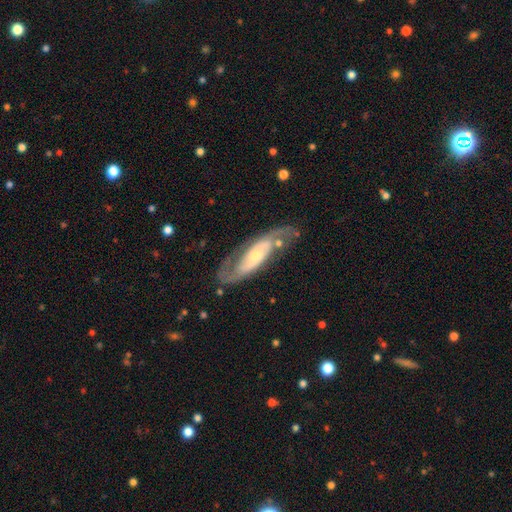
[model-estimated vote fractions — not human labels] The model was most divided on "bulge size": small: 48%, moderate: 44%, large: 5%, none: 2%, dominant: 1%. Remaining: spiral arms — yes (88%); edge-on disk — no (87%); spiral arm count — 2 (82%); smooth or featured — featured or disk (80%); merging — none (65%); bar — no (55%); spiral winding — medium (44%).